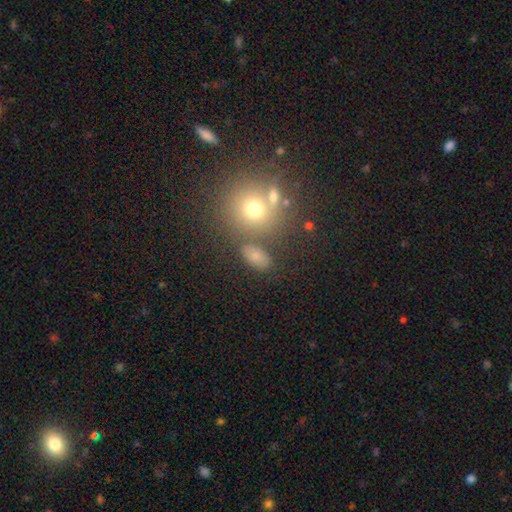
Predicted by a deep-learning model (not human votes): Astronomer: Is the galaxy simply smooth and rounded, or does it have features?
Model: smooth — 73%.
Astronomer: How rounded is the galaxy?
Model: in between — 75%.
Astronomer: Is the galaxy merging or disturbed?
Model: none — 71%.